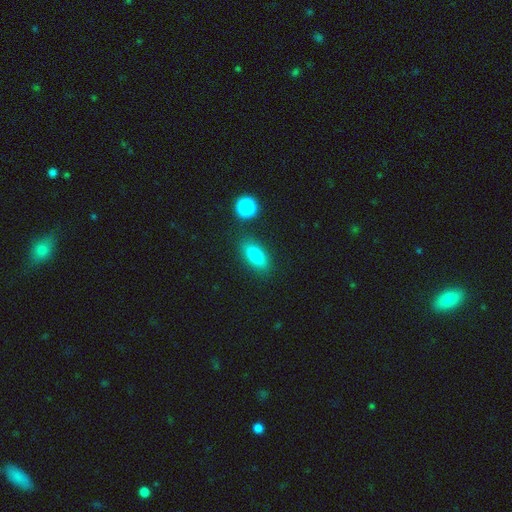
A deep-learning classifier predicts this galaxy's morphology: This appears to be a smooth galaxy with no disk features (82%) that is in between round and cigar-shaped (73%). Merging: none (82%).